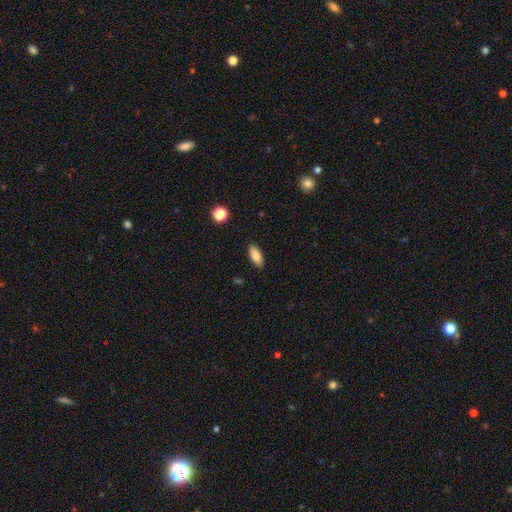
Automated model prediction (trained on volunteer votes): Smooth or featured? Predicted: smooth (p=0.84). How rounded? Predicted: in between (p=0.83). Merging? Predicted: none (p=0.88).